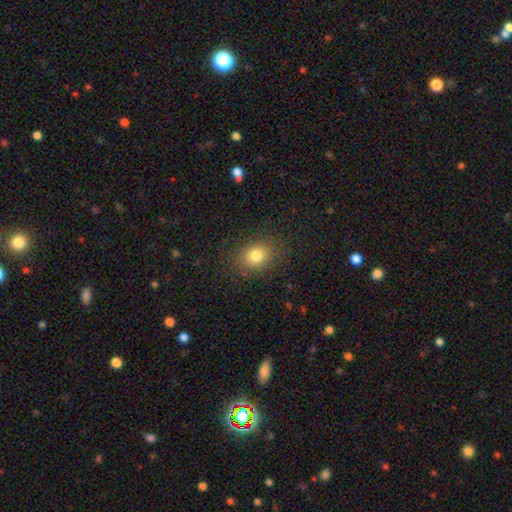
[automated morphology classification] smooth_or_featured: smooth (p=0.79) [alt: star or artifact p=0.13]
how_rounded: round (p=0.53) [alt: in between p=0.46]
merging: none (p=0.85) [alt: minor disturbance p=0.10]